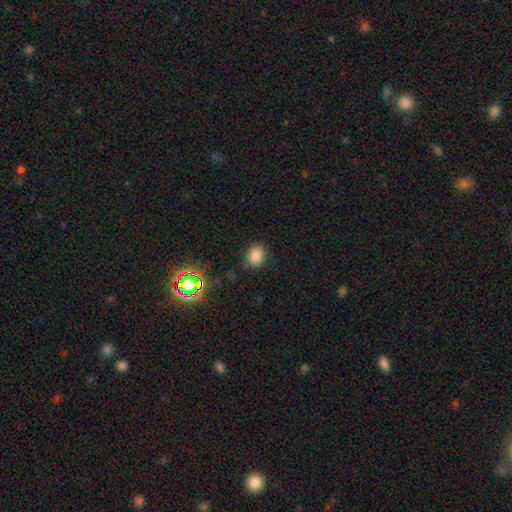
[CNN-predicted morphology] A smooth galaxy with no disk features (79%) that is round (62%). Merging: none (82%).